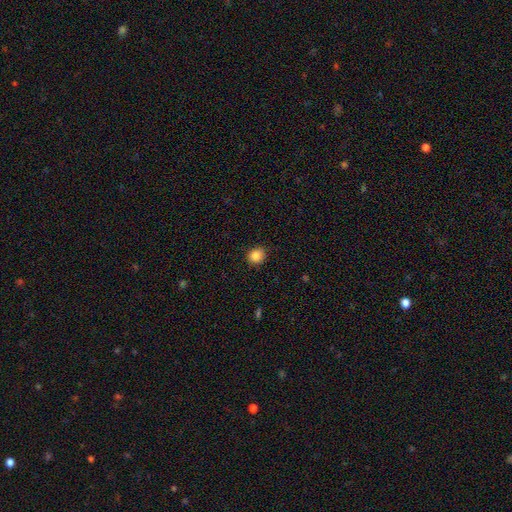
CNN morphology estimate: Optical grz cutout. It shows a smooth galaxy with no disk features (86%) that is round (80%). Merging: none (89%).